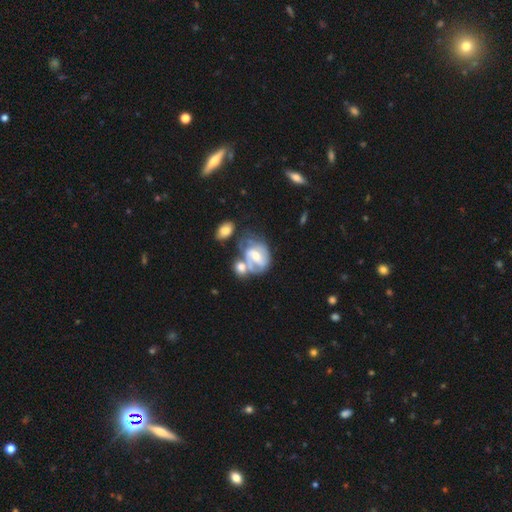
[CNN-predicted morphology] Q: Smooth or featured?
A: featured or disk (69%); runner-up: smooth (24%)
Q: Edge-on disk?
A: no (97%); runner-up: yes (3%)
Q: Bar?
A: weak (42%); runner-up: no (30%)
Q: Spiral arms?
A: yes (72%); runner-up: no (28%)
Q: Bulge size?
A: moderate (55%); runner-up: small (35%)
Q: Merging?
A: merger (43%); runner-up: none (27%)